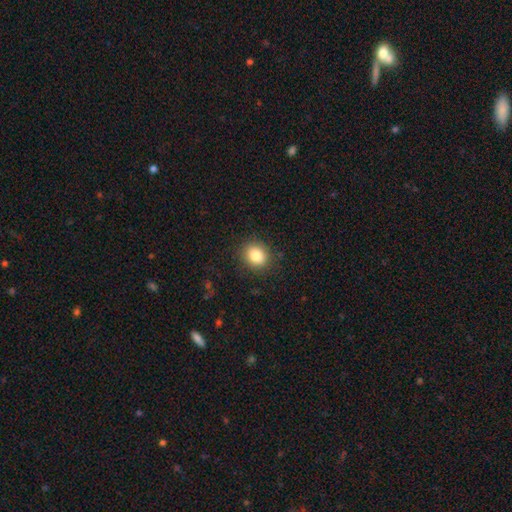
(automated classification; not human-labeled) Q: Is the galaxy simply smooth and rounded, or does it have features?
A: smooth — 84%.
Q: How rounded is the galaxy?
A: round — 65%.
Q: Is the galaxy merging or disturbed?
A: none — 88%.